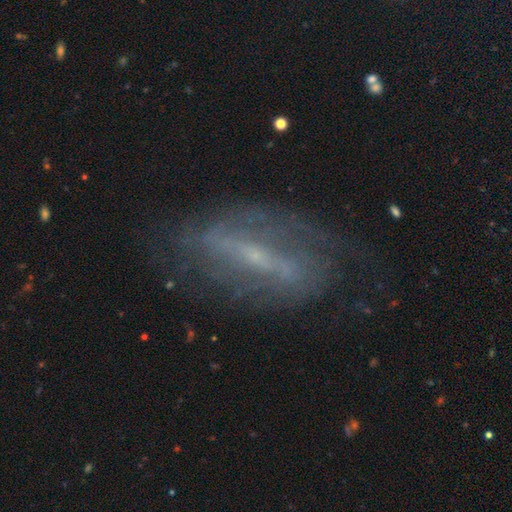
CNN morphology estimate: A featured or disk galaxy (73%) with a strong bar (52%), spiral arms (65%) and a small central bulge (73%). Merging: none (68%).